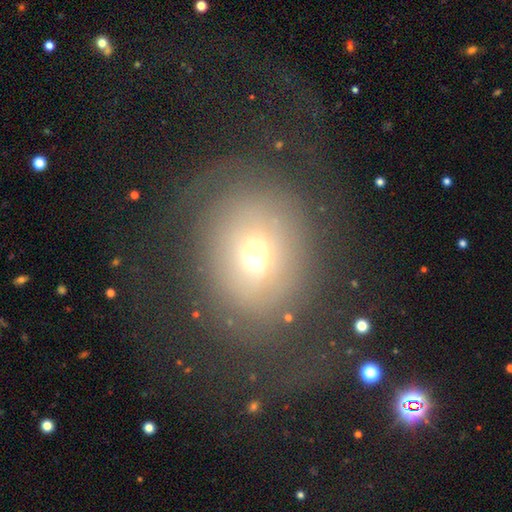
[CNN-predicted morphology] type=smooth (54%); roundness=round (64%); merging=none (55%).